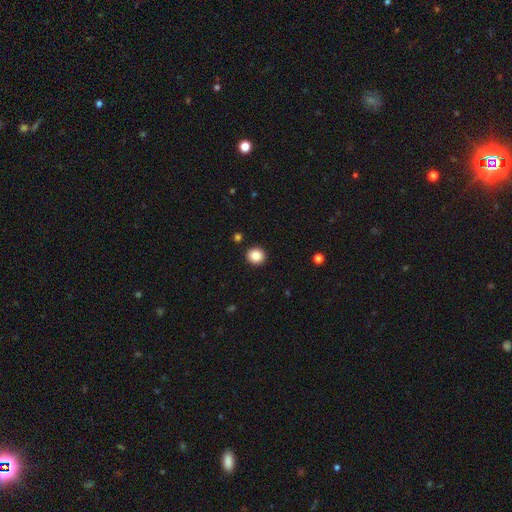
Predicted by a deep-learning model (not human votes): Morphology: type=smooth (85%); roundness=round (87%); merging=none (92%).